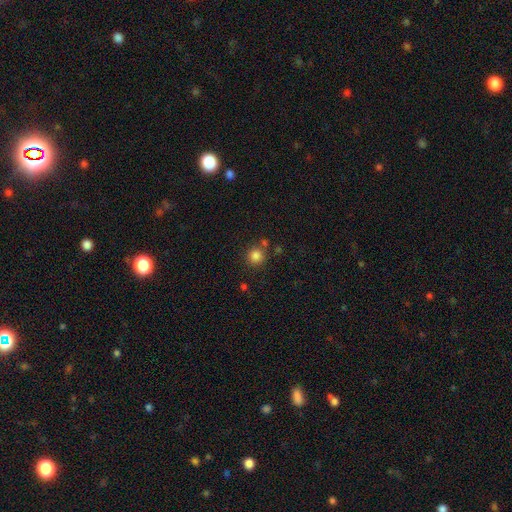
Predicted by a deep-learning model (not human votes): Morphology: type=smooth (84%); roundness=round (92%); merging=none (79%).